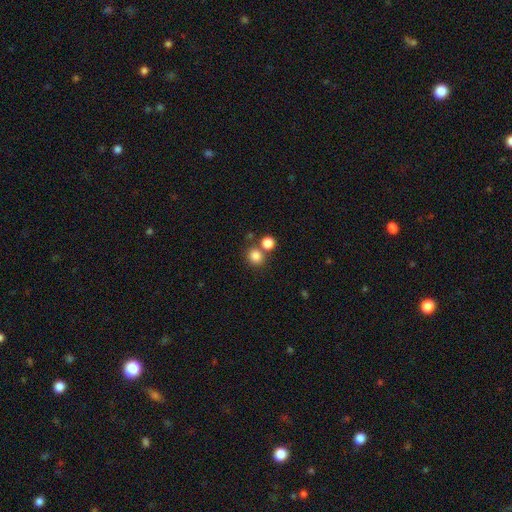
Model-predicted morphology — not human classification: Smooth or featured? smooth (83%)
How rounded? round (83%)
Merging? none (66%)